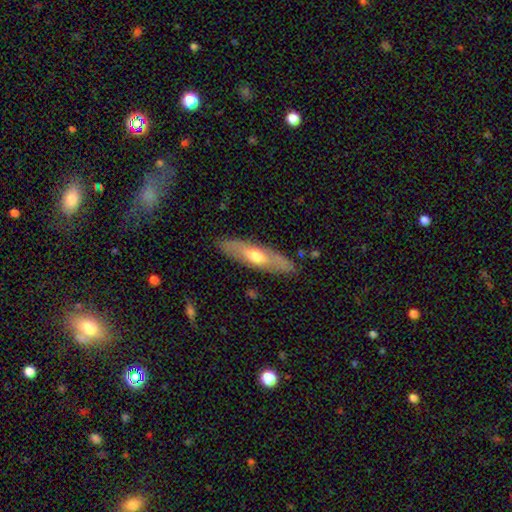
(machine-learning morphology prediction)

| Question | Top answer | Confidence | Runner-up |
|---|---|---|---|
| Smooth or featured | smooth | 48% | featured or disk (47%) |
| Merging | none | 85% | minor disturbance (11%) |